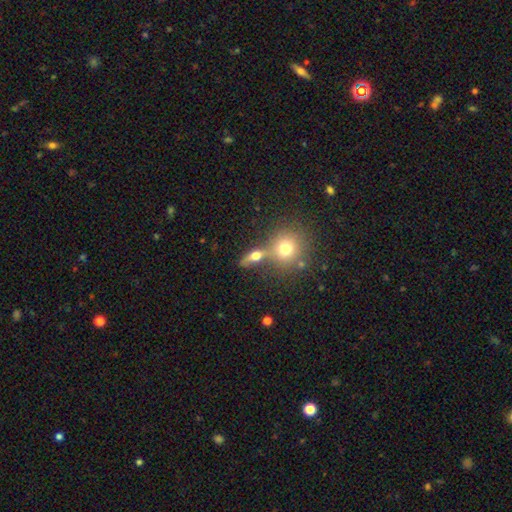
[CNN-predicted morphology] A smooth galaxy with no disk features (56%) that is in between round and cigar-shaped (46%).

Vote fractions:
- Smooth or featured? smooth: 56% / featured or disk: 29% / star or artifact: 15%
- How rounded? in between: 46% / round: 34% / cigar-shaped: 20%
- Merging? none: 50% / merger: 30% / minor disturbance: 12% / major disturbance: 8%